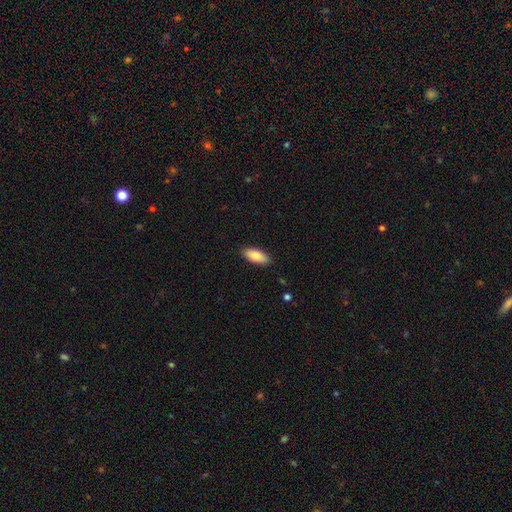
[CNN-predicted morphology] Smooth or featured?
  - smooth: 85% *
  - featured or disk: 9%
  - star or artifact: 6%
How rounded?
  - in between: 82% *
  - cigar-shaped: 16%
  - round: 2%
Merging?
  - none: 89% *
  - minor disturbance: 9%
  - major disturbance: 2%
  - merger: 1%